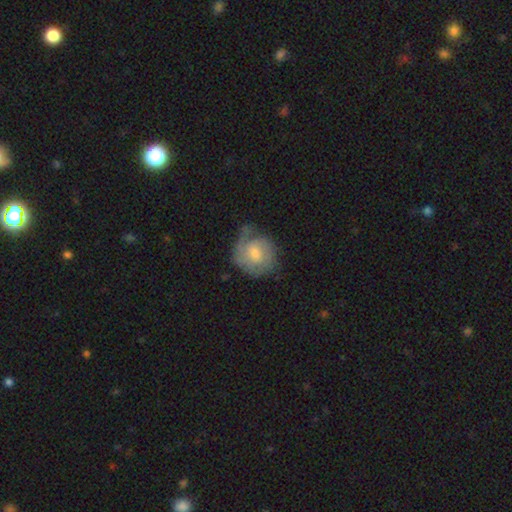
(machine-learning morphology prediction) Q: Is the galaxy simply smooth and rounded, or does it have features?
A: featured or disk — 65%.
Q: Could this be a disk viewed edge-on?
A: no — 97%.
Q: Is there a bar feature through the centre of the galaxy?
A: no — 54%.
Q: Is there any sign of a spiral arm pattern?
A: yes — 87%.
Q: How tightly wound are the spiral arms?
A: tight — 54%.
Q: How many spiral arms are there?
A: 2 — 38%.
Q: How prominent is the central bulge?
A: moderate — 50%.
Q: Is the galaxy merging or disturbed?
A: none — 55%.